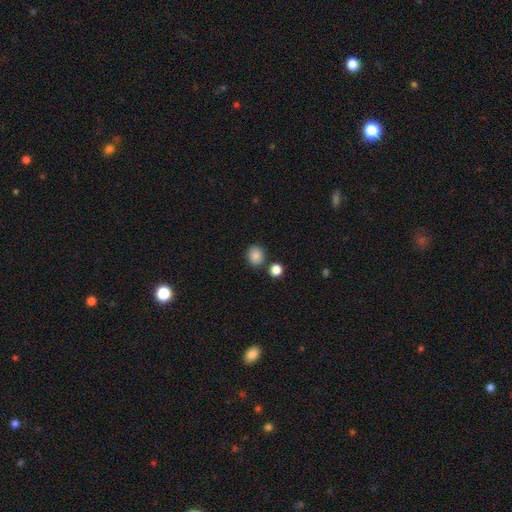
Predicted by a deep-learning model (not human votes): Smooth or featured? Predicted: smooth (p=0.86). How rounded? Predicted: round (p=0.64). Merging? Predicted: none (p=0.76).